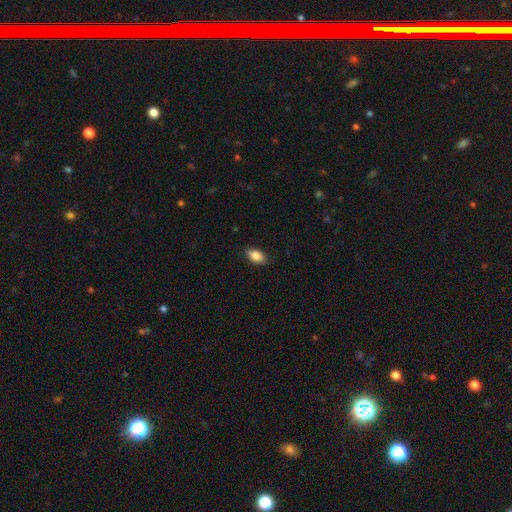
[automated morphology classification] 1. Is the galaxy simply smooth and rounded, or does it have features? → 88% smooth, 7% star or artifact, 5% featured or disk.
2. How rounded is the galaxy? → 92% in between, 6% round, 2% cigar-shaped.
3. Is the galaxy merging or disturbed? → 87% none, 10% minor disturbance, 2% major disturbance, 1% merger.